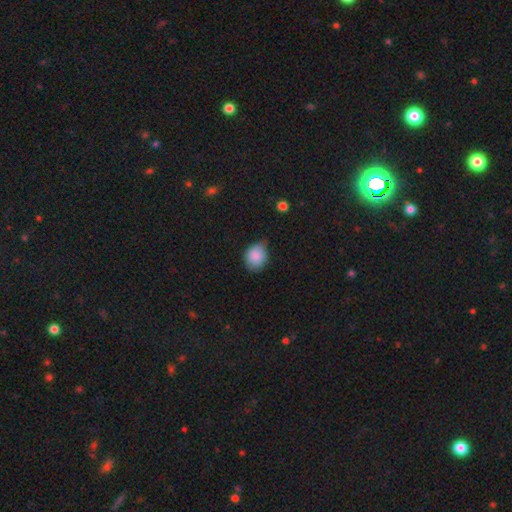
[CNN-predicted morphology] Smooth or featured?
  - smooth: 87% *
  - star or artifact: 8%
  - featured or disk: 5%
How rounded?
  - round: 59% *
  - in between: 40%
  - cigar-shaped: 1%
Merging?
  - none: 53% *
  - minor disturbance: 39%
  - major disturbance: 6%
  - merger: 2%